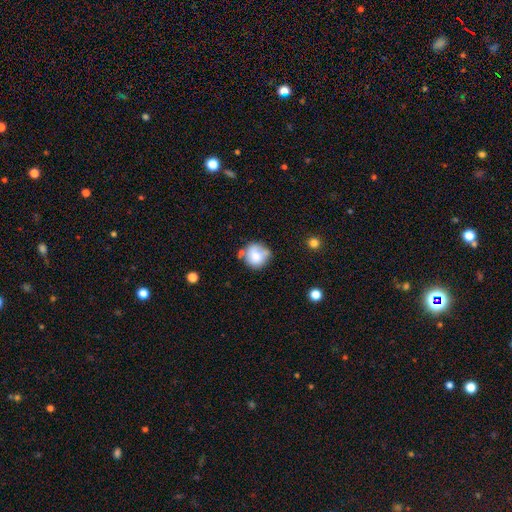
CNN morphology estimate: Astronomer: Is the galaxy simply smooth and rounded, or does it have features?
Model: smooth — 75%.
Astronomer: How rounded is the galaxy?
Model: round — 85%.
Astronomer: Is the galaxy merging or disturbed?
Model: none — 51% (runner-up: minor disturbance, 26%).